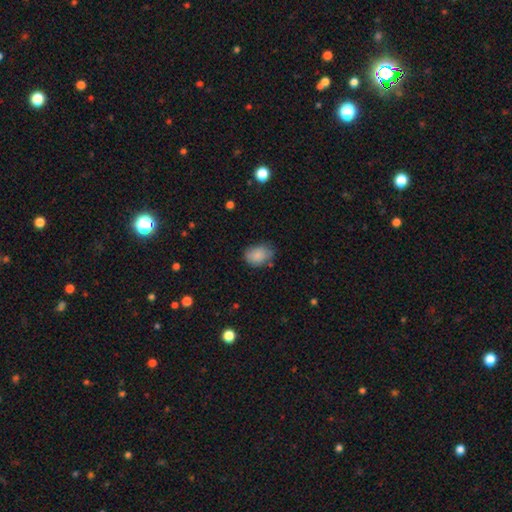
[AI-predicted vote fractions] Smooth or featured: smooth — 82% (star or artifact — 9%)
How rounded: in between — 70% (round — 28%)
Merging: none — 69% (minor disturbance — 24%)